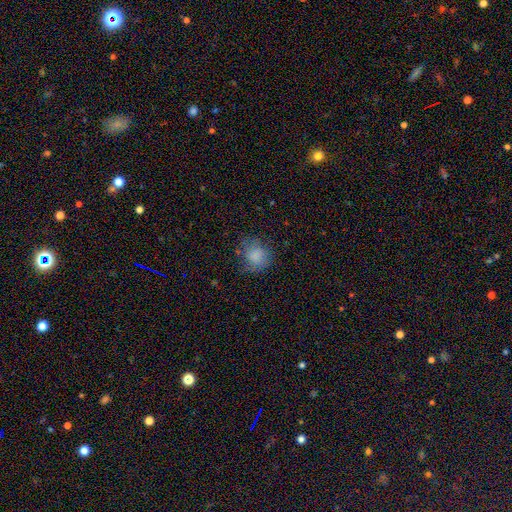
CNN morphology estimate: Q: Smooth or featured?
A: smooth (78%); runner-up: featured or disk (12%)
Q: How rounded?
A: round (76%); runner-up: in between (23%)
Q: Merging?
A: none (59%); runner-up: minor disturbance (25%)